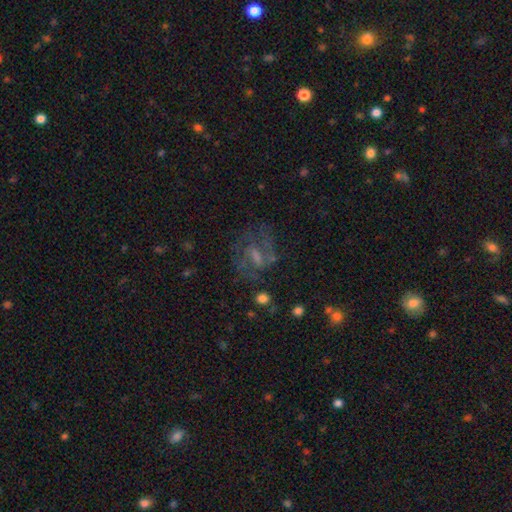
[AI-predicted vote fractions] featured or disk 60%, smooth 24%, star or artifact 15%. Down the decision tree: edge-on disk — no (96%); bar — weak (49%); spiral arms — yes (70%); bulge size — small (32%); merging — none (55%).